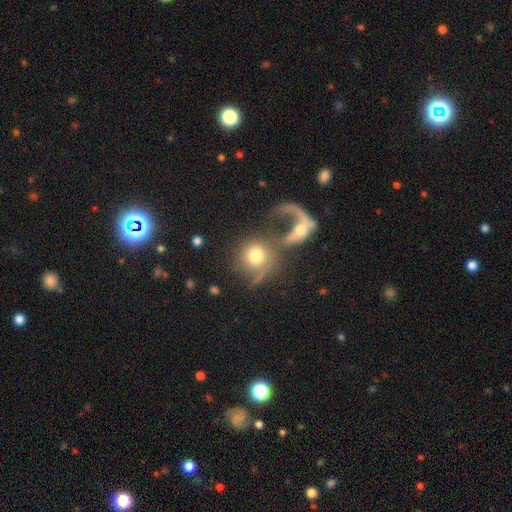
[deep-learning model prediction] smooth-or-featured: smooth: 60% | featured or disk: 30% | star or artifact: 10%
  how-rounded: round: 83% | in between: 15% | cigar-shaped: 2%
  merging: merger: 50% | none: 24% | major disturbance: 17% | minor disturbance: 8%